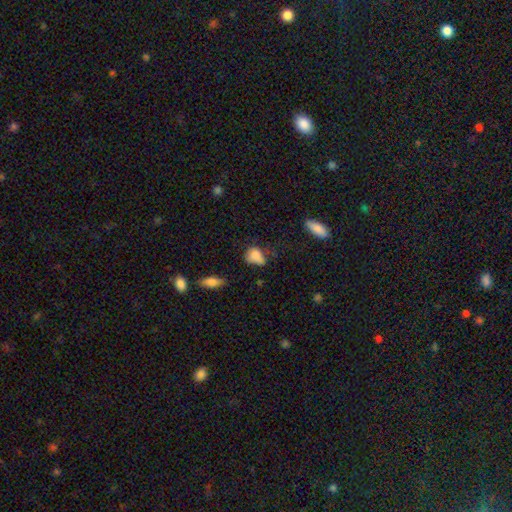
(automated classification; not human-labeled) Smooth or featured? smooth (81%)
How rounded? in between (67%)
Merging? minor disturbance (38%, tied with none)